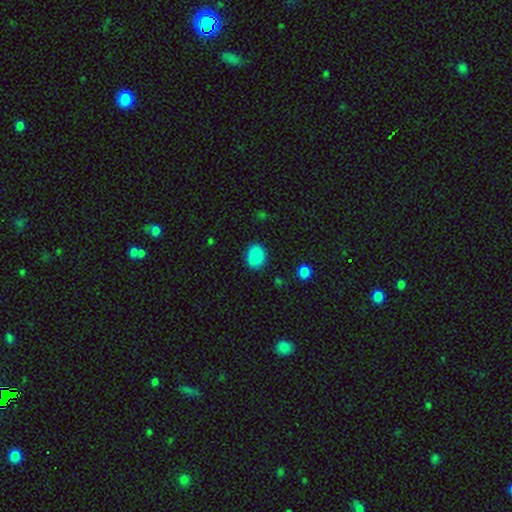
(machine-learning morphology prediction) smooth 88%, star or artifact 9%, featured or disk 3%. Down the decision tree: how rounded — in between (59%); merging — none (84%).